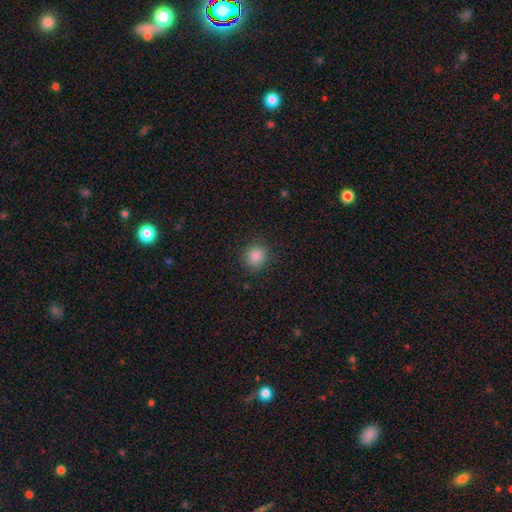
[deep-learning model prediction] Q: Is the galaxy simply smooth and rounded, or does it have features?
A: smooth — 86%.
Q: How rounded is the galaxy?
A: round — 89%.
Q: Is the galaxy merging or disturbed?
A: none — 89%.